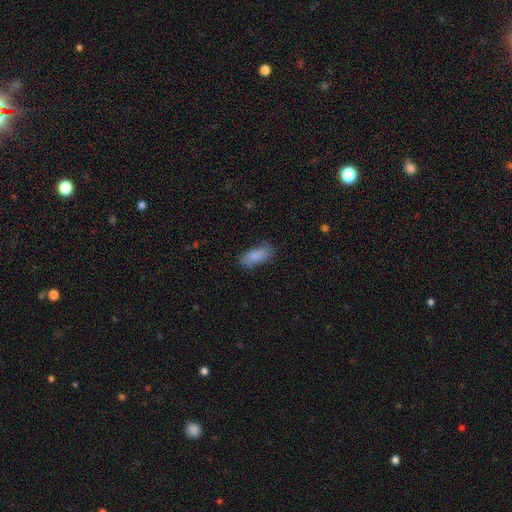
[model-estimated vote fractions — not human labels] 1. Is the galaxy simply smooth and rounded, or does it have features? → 86% smooth, 7% star or artifact, 7% featured or disk.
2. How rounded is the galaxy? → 81% in between, 17% cigar-shaped, 2% round.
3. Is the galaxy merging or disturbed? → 76% none, 18% minor disturbance, 4% major disturbance, 1% merger.